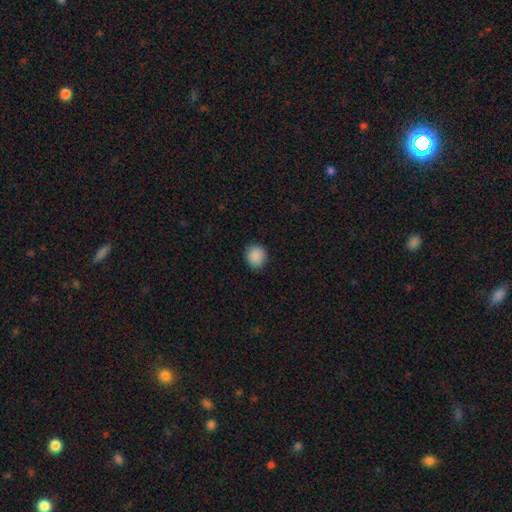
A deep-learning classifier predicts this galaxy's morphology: A smooth galaxy with no disk features (89%) that is round (83%). Merging: none (89%).